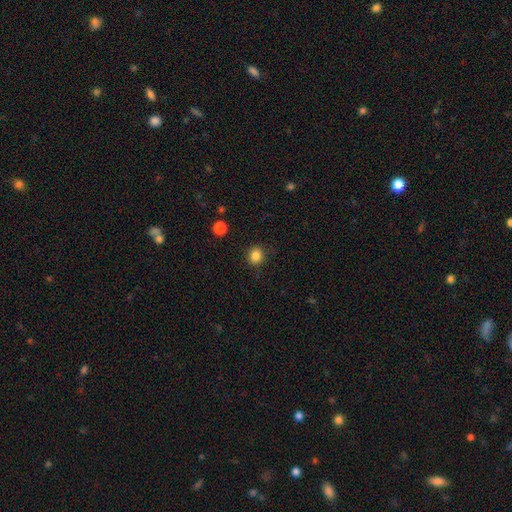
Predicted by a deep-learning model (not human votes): Smooth or featured?
  - smooth: 84% *
  - star or artifact: 11%
  - featured or disk: 4%
How rounded?
  - round: 79% *
  - in between: 20%
  - cigar-shaped: 1%
Merging?
  - none: 88% *
  - minor disturbance: 9%
  - major disturbance: 2%
  - merger: 1%